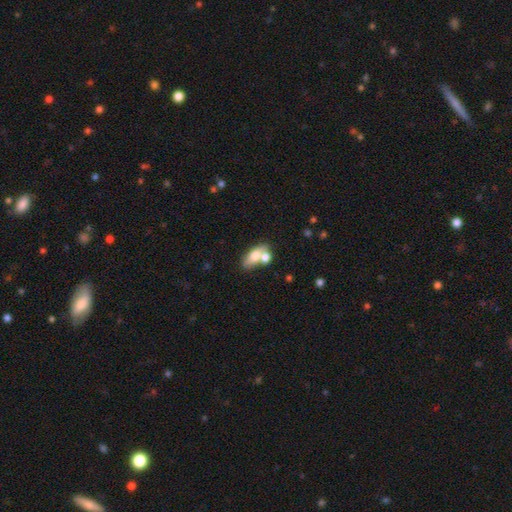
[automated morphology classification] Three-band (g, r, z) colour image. It shows a smooth galaxy with no disk features (68%) that is in between round and cigar-shaped (77%). Merging: none (44%).